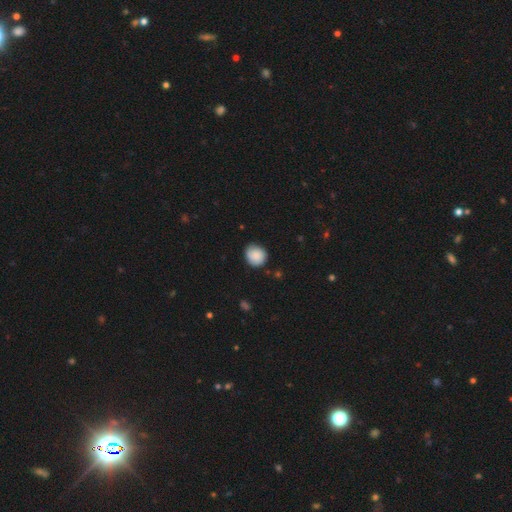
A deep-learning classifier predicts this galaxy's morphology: Smooth or featured: smooth — 85% (featured or disk — 8%)
How rounded: round — 83% (in between — 16%)
Merging: none — 81% (minor disturbance — 15%)